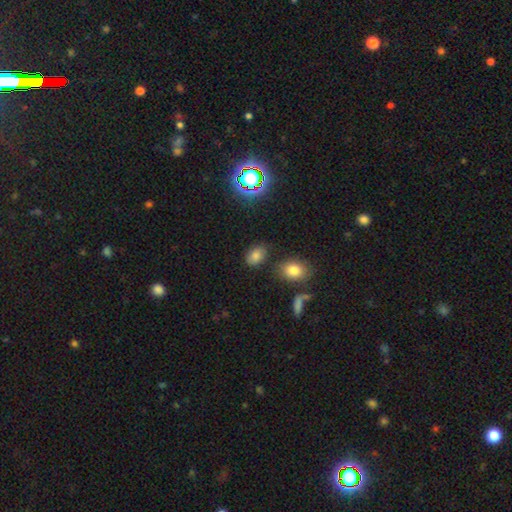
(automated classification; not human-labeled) smooth_or_featured: smooth (p=0.74) [alt: star or artifact p=0.18]
how_rounded: in between (p=0.80) [alt: round p=0.19]
merging: none (p=0.77) [alt: minor disturbance p=0.14]